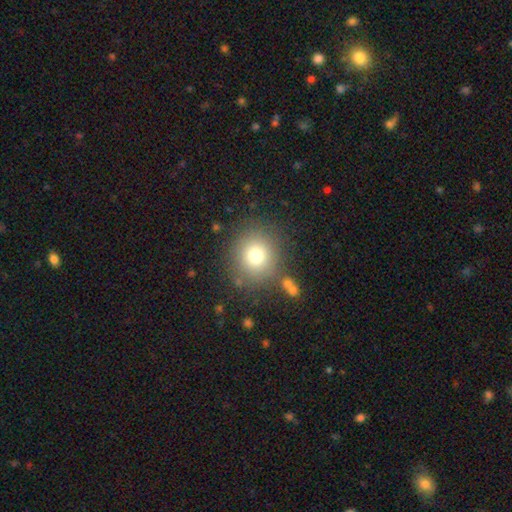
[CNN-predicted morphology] Q: Smooth or featured?
A: smooth (74%); runner-up: star or artifact (15%)
Q: How rounded?
A: round (91%); runner-up: in between (8%)
Q: Merging?
A: none (83%); runner-up: minor disturbance (9%)